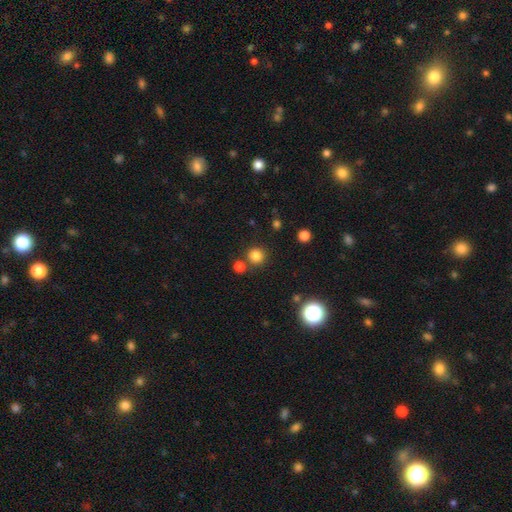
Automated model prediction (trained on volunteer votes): The model was most divided on "smooth or featured": smooth: 81%, star or artifact: 15%, featured or disk: 4%. More confident: how rounded — round (92%); merging — none (79%).